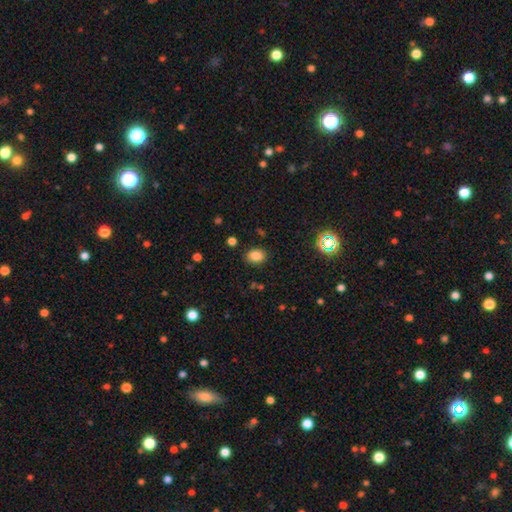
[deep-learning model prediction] This appears to be a smooth galaxy with no disk features (82%) that is in between round and cigar-shaped (64%). Merging: none (85%).